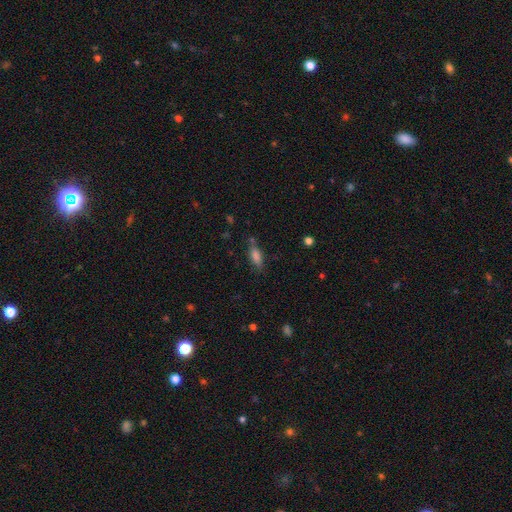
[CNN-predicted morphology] Smooth or featured? Predicted: smooth (p=0.75). How rounded? Predicted: in between (p=0.64). Merging? Predicted: none (p=0.70).